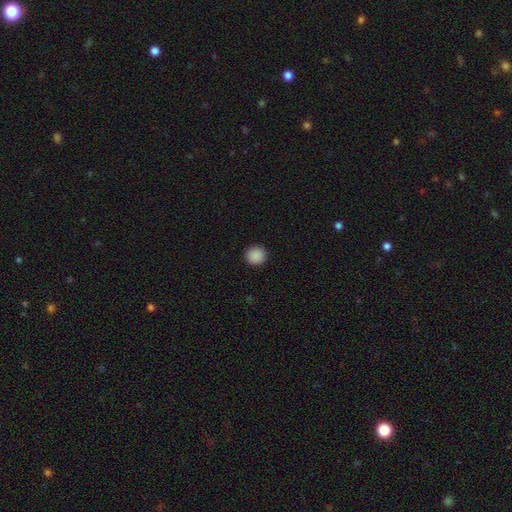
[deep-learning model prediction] A smooth galaxy with no disk features (89%) that is round (92%).

Vote fractions:
- Smooth or featured? smooth: 89% / star or artifact: 9% / featured or disk: 2%
- How rounded? round: 92% / in between: 7% / cigar-shaped: 1%
- Merging? none: 92% / minor disturbance: 5% / major disturbance: 2% / merger: 1%